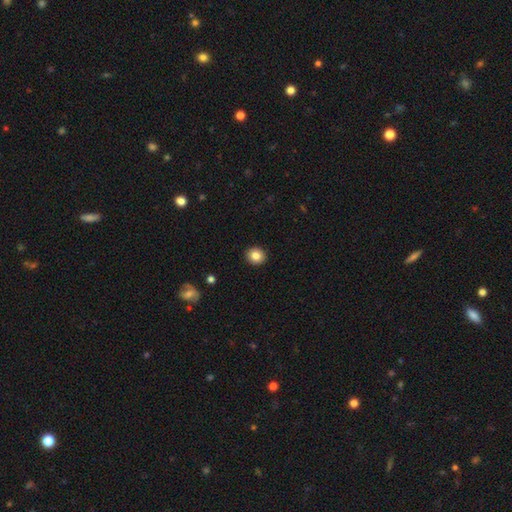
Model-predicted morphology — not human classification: Smooth or featured?
  - smooth: 84% *
  - star or artifact: 9%
  - featured or disk: 7%
How rounded?
  - round: 85% *
  - in between: 14%
  - cigar-shaped: 1%
Merging?
  - none: 93% *
  - minor disturbance: 5%
  - major disturbance: 1%
  - merger: 1%